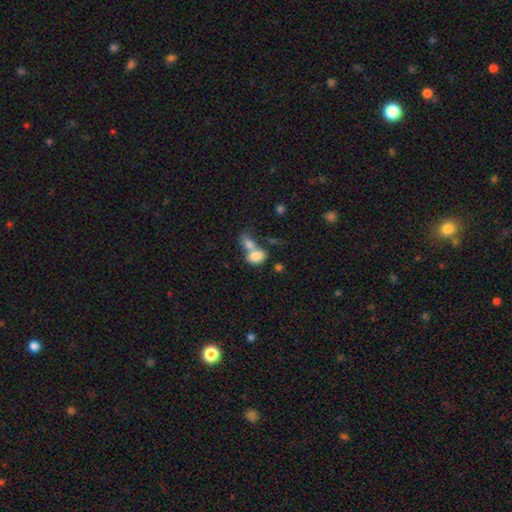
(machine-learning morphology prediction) This appears to be a smooth galaxy with no disk features (81%) that is in between round and cigar-shaped (83%). Merging: merger (65%).